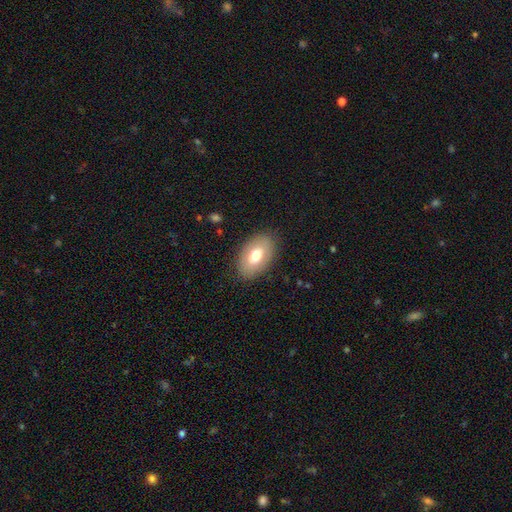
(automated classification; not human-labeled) This is likely a smooth galaxy (69%). How rounded: clearly in between (92%). Merging: clearly none (86%).